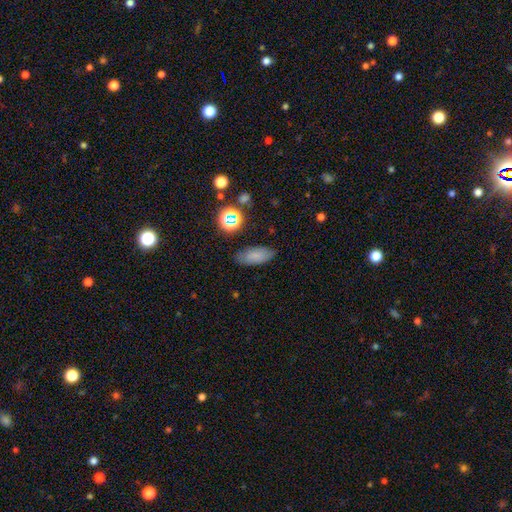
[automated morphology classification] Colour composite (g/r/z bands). It shows a smooth galaxy with no disk features (77%) that is in between round and cigar-shaped (85%). Merging: none (81%).